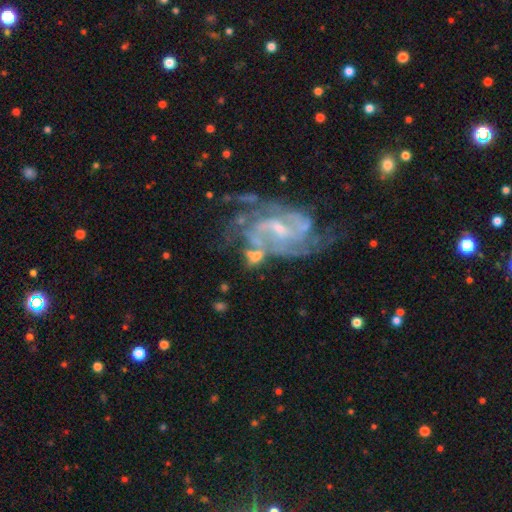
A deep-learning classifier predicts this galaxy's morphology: Overall: featured or disk (66%). Edge-on disk: no (96%). Bar: no (44%; weak 40%). Spiral arms: yes (70%). Bulge size: small (52%; moderate 30%). Merging: none (36%; merger 25%).